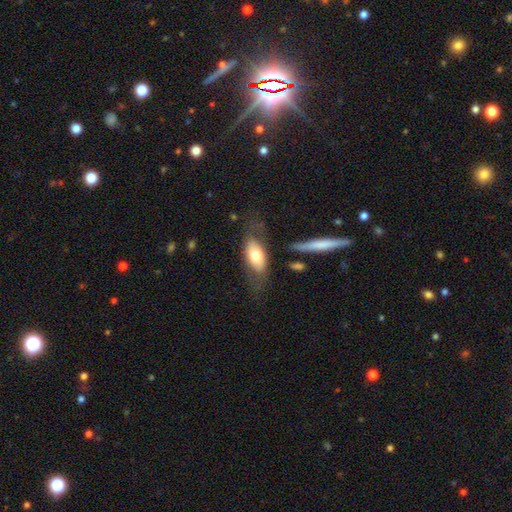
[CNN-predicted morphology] A smooth galaxy with no disk features (63%) that is in between round and cigar-shaped (85%).

Vote fractions:
- Smooth or featured? smooth: 63% / featured or disk: 32% / star or artifact: 6%
- How rounded? in between: 85% / cigar-shaped: 12% / round: 3%
- Merging? none: 57% / minor disturbance: 21% / major disturbance: 16% / merger: 6%